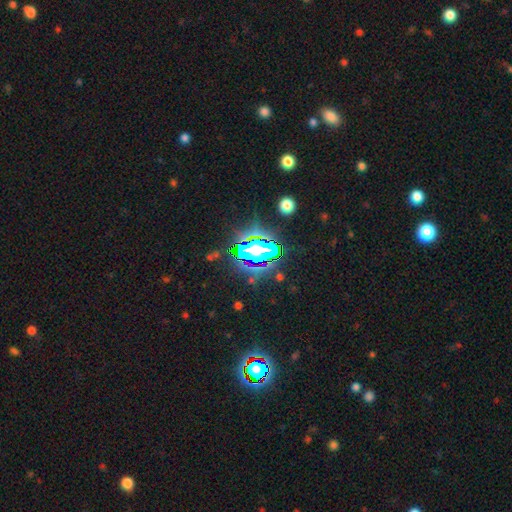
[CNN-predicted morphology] Overall: star or artifact (81%).